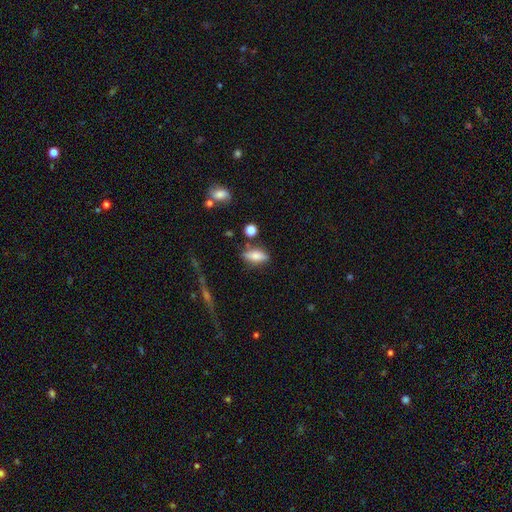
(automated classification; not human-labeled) smooth 69%, featured or disk 23%, star or artifact 9%. Down the decision tree: how rounded — in between (68%); merging — none (74%).